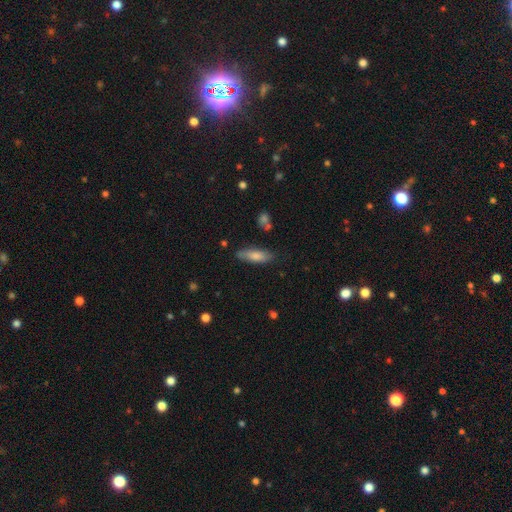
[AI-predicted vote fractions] This appears to be a smooth galaxy with no disk features (76%) that is cigar-shaped (49%, tied with in between). Merging: none (79%).